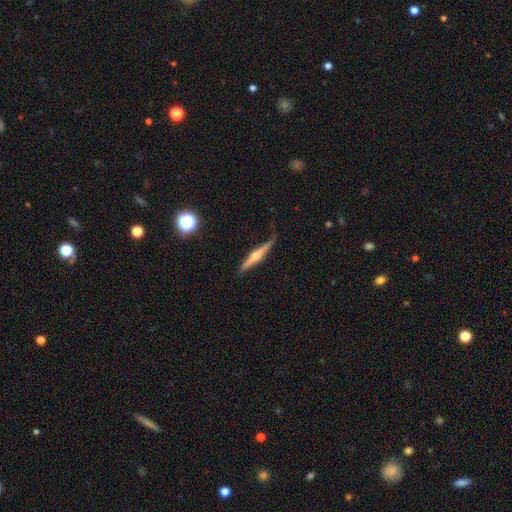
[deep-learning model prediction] Morphology: type=featured or disk (71%); edge-on=yes (97%); edge-on bulge=rounded (91%); merging=none (79%).